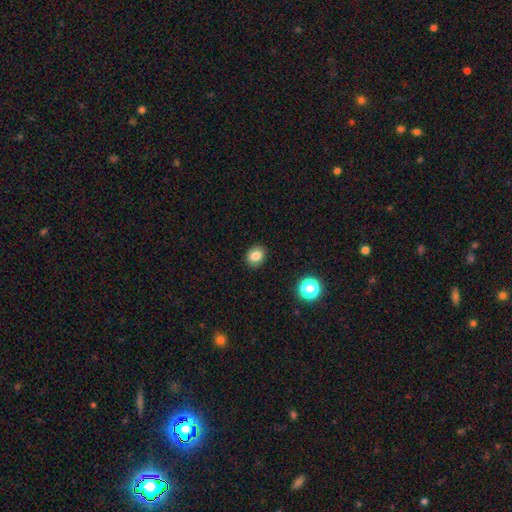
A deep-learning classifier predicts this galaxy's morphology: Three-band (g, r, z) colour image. It shows a smooth galaxy with no disk features (83%) that is round (63%). Merging: none (90%).